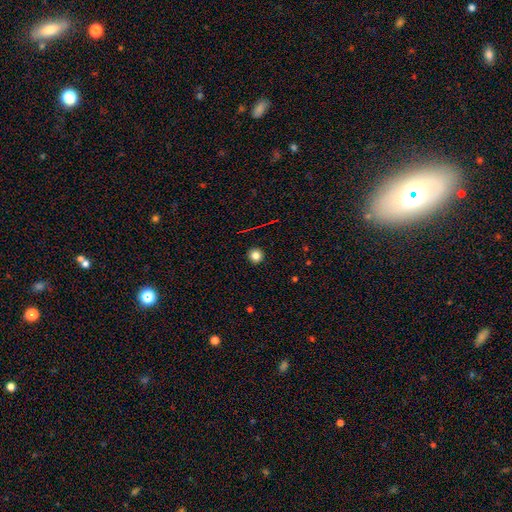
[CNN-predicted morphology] Overall: smooth (81%). How rounded: round (95%). Merging: none (93%).